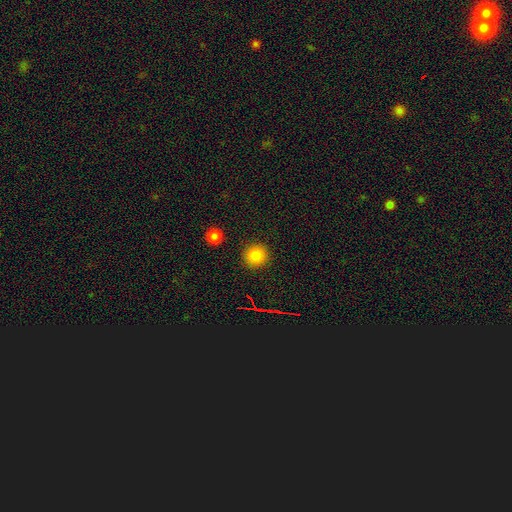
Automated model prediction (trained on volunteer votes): Overall: smooth (82%). How rounded: round (93%). Merging: none (91%).